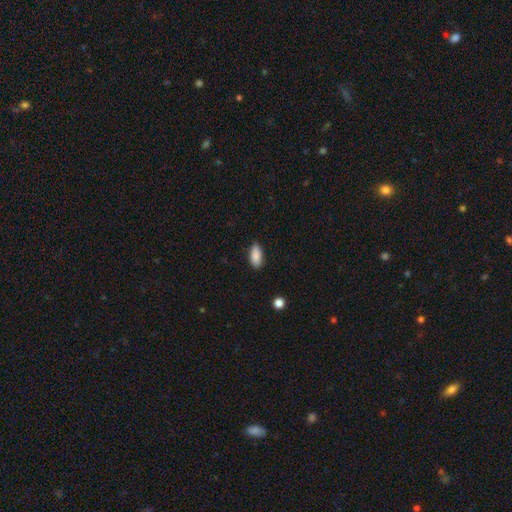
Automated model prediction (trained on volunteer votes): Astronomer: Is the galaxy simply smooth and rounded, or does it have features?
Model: smooth — 88%.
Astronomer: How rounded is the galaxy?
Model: in between — 88%.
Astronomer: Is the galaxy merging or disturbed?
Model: none — 86%.